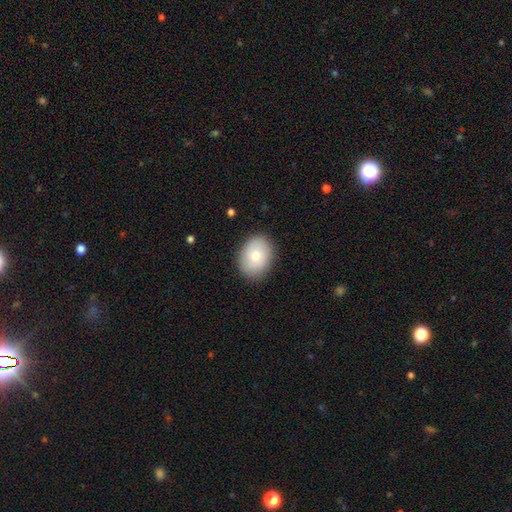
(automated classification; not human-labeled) The model was most divided on "how rounded": in between: 63%, round: 36%, cigar-shaped: 1%. More confident: merging — none (85%); smooth or featured — smooth (79%).